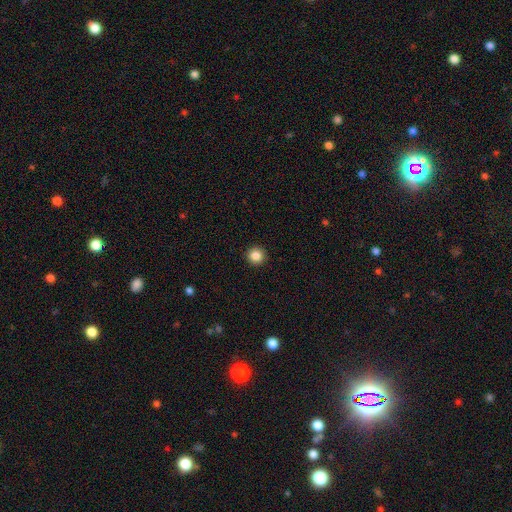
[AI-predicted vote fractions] Smooth or featured? Predicted: smooth (p=0.86). How rounded? Predicted: round (p=0.96). Merging? Predicted: none (p=0.93).